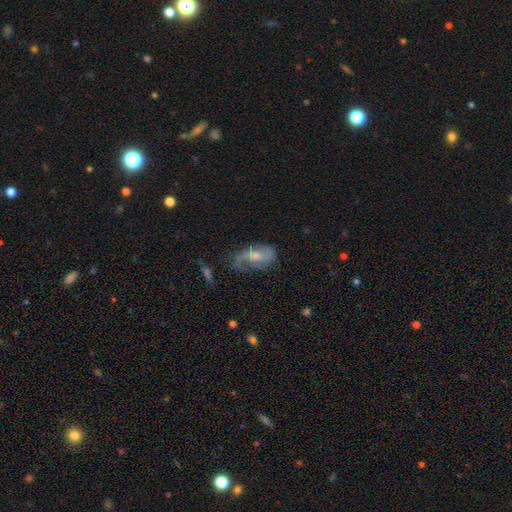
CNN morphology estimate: smooth-or-featured: featured or disk: 71% | smooth: 22% | star or artifact: 7%
  disk-edge-on: no: 95% | yes: 5%
    bar: no: 59% | weak: 34% | strong: 7%
    has-spiral-arms: yes: 88% | no: 12%
      spiral-winding: loose: 46% | medium: 38% | tight: 16%
      spiral-arm-count: 2: 70% | 1: 14% | can't tell: 11% | 3: 3% | 4: 1% | more than 4: 1%
    bulge-size: moderate: 46% | small: 45% | none: 4% | large: 3% | dominant: 1%
  merging: none: 51% | minor disturbance: 27% | major disturbance: 20% | merger: 3%